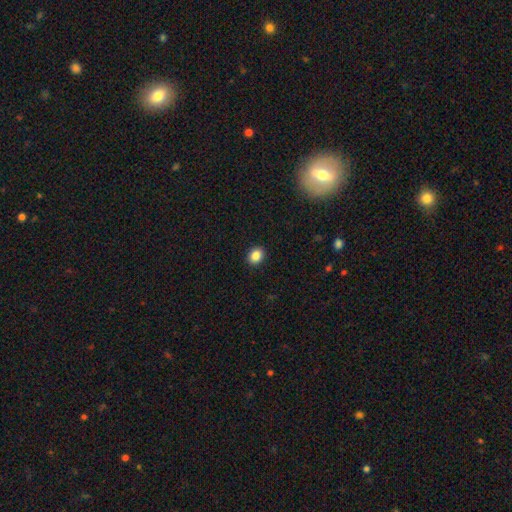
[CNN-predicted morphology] Smooth or featured? Predicted: smooth (p=0.87). How rounded? Predicted: round (p=0.56). Merging? Predicted: none (p=0.92).